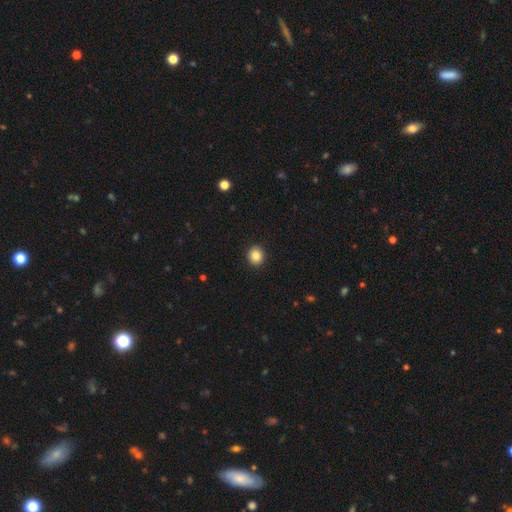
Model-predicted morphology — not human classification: smooth_or_featured: smooth (p=0.86) [alt: star or artifact p=0.09]
how_rounded: round (p=0.81) [alt: in between p=0.18]
merging: none (p=0.92) [alt: minor disturbance p=0.05]